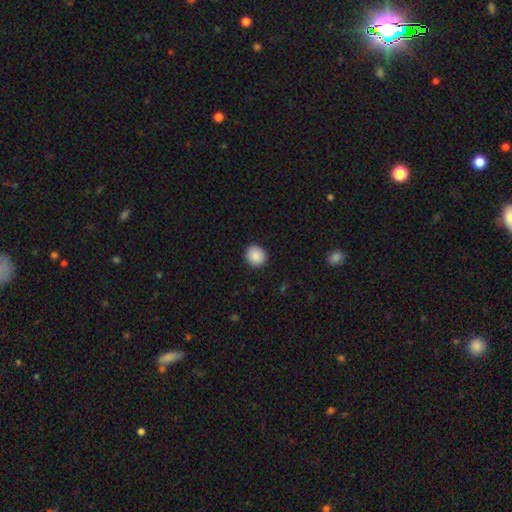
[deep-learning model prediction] The model was most divided on "how rounded": round: 83%, in between: 16%, cigar-shaped: 1%. More confident: merging — none (91%); smooth or featured — smooth (89%).